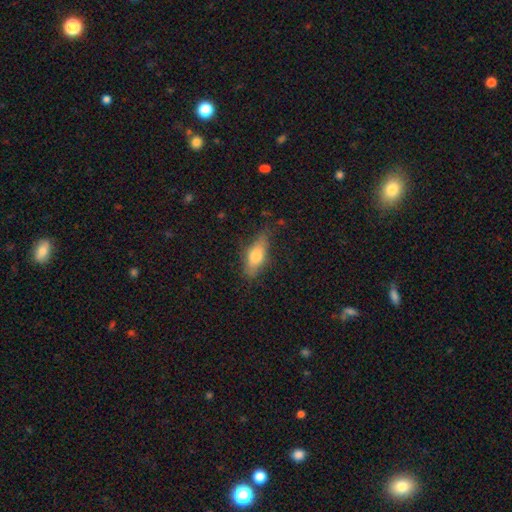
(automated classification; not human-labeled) Overall: smooth (68%). How rounded: in between (65%; cigar-shaped 31%). Merging: none (74%).